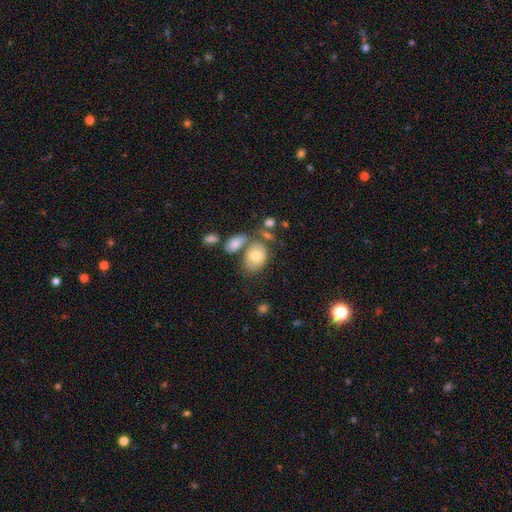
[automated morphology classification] A smooth galaxy with no disk features (72%) that is in between round and cigar-shaped (74%).

Vote fractions:
- Smooth or featured? smooth: 72% / featured or disk: 20% / star or artifact: 7%
- How rounded? in between: 74% / round: 25% / cigar-shaped: 1%
- Merging? none: 45% / merger: 28% / minor disturbance: 18% / major disturbance: 9%